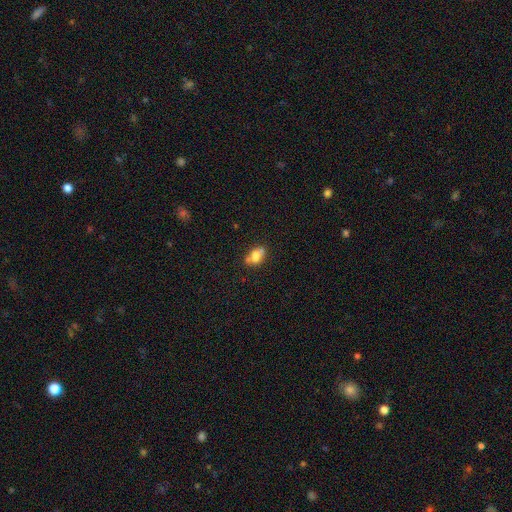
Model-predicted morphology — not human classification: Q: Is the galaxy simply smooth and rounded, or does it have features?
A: smooth — 64%.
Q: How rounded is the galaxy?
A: in between — 75%.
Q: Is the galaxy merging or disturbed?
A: none — 45%.